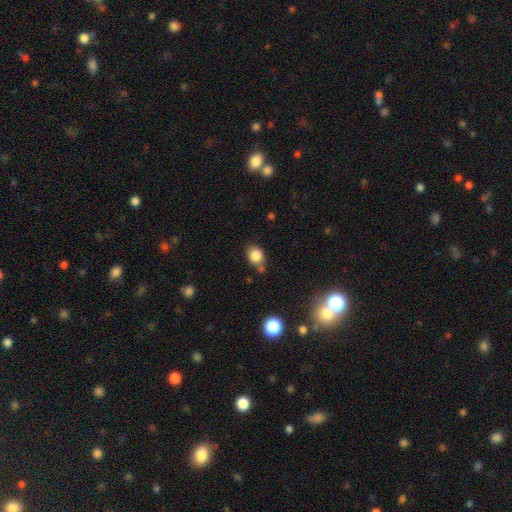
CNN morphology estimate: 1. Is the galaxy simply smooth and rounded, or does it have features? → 84% smooth, 10% star or artifact, 5% featured or disk.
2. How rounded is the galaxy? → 54% round, 44% in between, 1% cigar-shaped.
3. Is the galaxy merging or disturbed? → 66% none, 19% minor disturbance, 10% merger, 5% major disturbance.